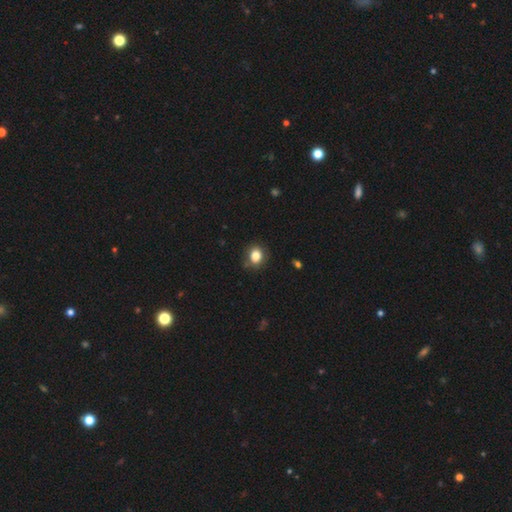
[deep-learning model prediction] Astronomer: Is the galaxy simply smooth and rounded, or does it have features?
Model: smooth — 83%.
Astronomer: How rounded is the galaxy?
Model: round — 64%.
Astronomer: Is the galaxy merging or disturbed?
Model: none — 80%.